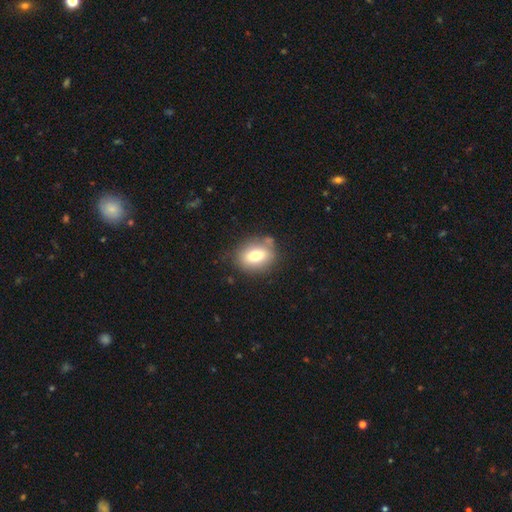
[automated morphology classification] Q: Smooth or featured?
A: smooth (72%); runner-up: featured or disk (18%)
Q: How rounded?
A: in between (63%); runner-up: round (35%)
Q: Merging?
A: none (75%); runner-up: minor disturbance (14%)